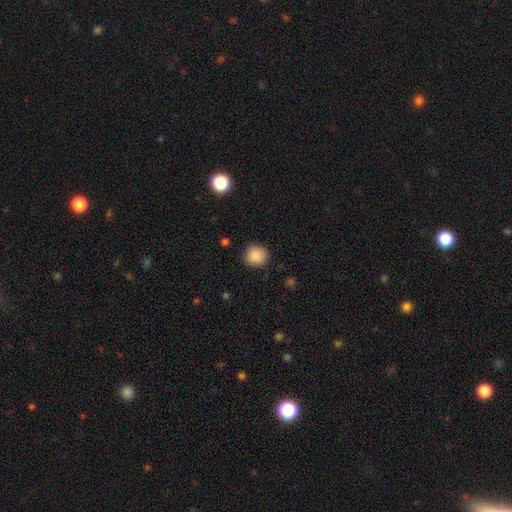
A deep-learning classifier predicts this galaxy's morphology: Q: Smooth or featured?
A: smooth (88%); runner-up: star or artifact (9%)
Q: How rounded?
A: round (90%); runner-up: in between (9%)
Q: Merging?
A: none (88%); runner-up: minor disturbance (8%)